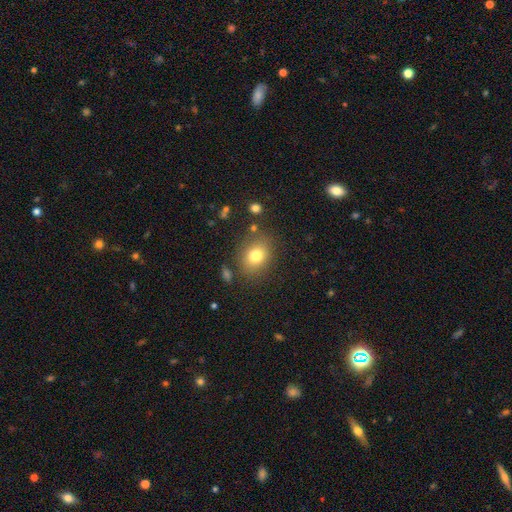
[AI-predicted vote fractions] Overall: smooth (77%). How rounded: in between (54%; round 45%). Merging: none (79%).